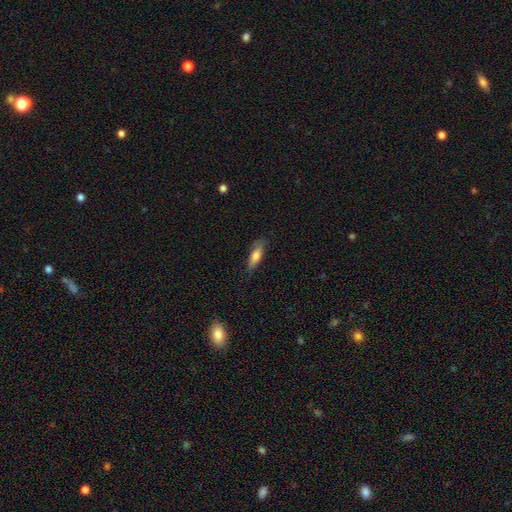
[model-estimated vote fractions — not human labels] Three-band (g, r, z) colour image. It shows a smooth galaxy with no disk features (71%) that is cigar-shaped (56%). Merging: none (74%).